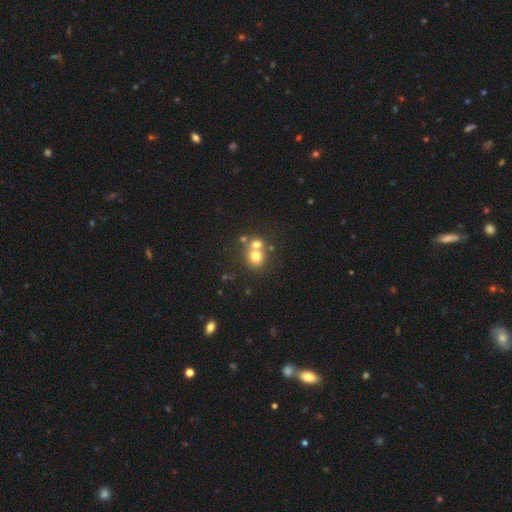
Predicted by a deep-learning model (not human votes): smooth_or_featured: smooth (p=0.70) [alt: featured or disk p=0.16]
how_rounded: round (p=0.83) [alt: in between p=0.16]
merging: merger (p=0.50) [alt: none p=0.41]